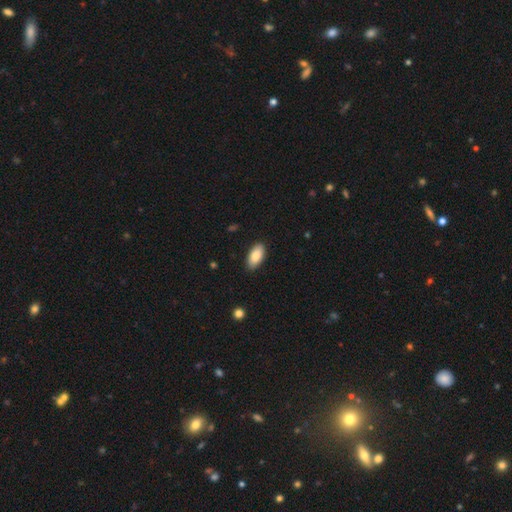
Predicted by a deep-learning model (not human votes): This appears to be a smooth galaxy with no disk features (86%) that is in between round and cigar-shaped (93%). Merging: none (87%).